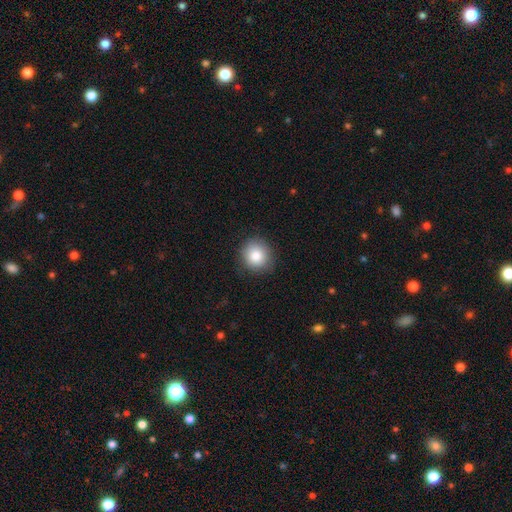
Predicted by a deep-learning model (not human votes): Q: Smooth or featured?
A: smooth (84%); runner-up: star or artifact (8%)
Q: How rounded?
A: round (86%); runner-up: in between (13%)
Q: Merging?
A: none (86%); runner-up: minor disturbance (10%)